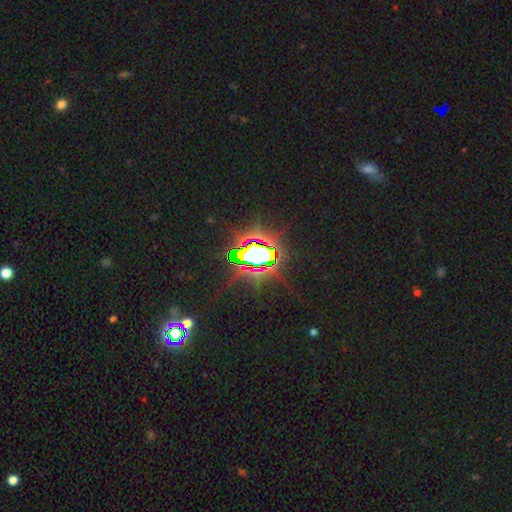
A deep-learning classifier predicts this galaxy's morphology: Q: Smooth or featured?
A: star or artifact (76%); runner-up: smooth (13%)